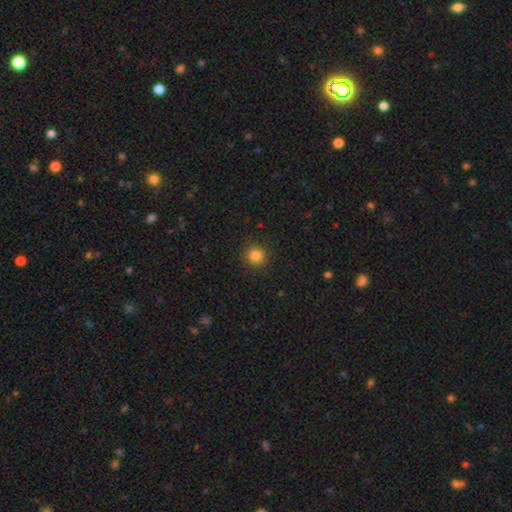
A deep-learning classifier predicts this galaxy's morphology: Smooth or featured?
  - smooth: 84% *
  - star or artifact: 12%
  - featured or disk: 4%
How rounded?
  - round: 93% *
  - in between: 6%
  - cigar-shaped: 1%
Merging?
  - none: 91% *
  - minor disturbance: 6%
  - major disturbance: 2%
  - merger: 1%